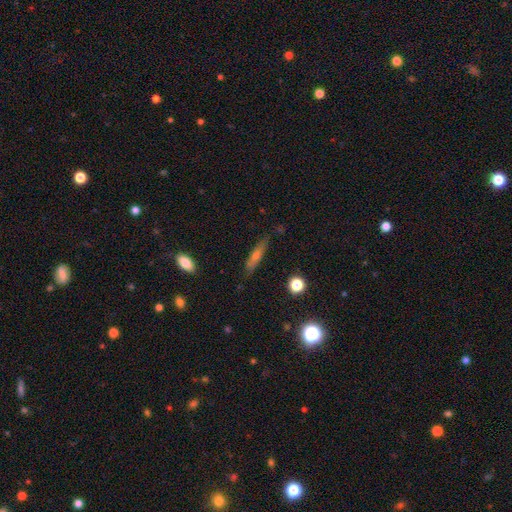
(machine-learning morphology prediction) type=smooth (48%); merging=none (82%).